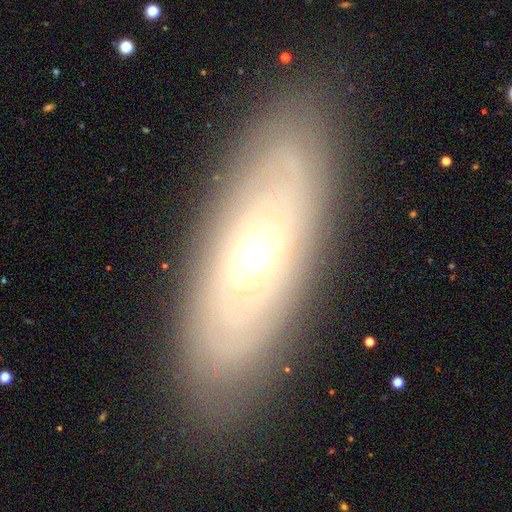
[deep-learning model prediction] The model was most divided on "spiral arms": yes: 60%, no: 40%. More confident: merging — none (85%); edge-on disk — no (80%); bar — no (79%); smooth or featured — featured or disk (67%); bulge size — moderate (57%).